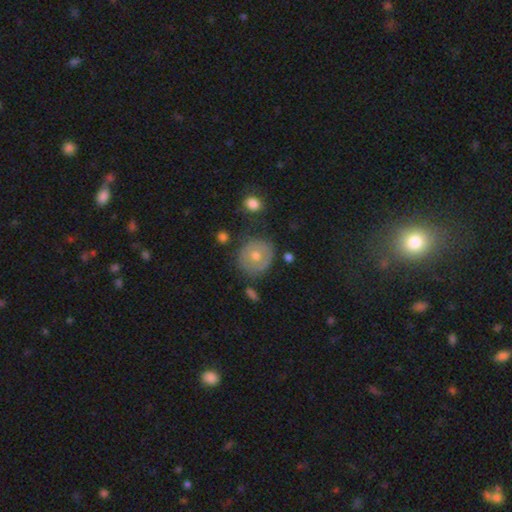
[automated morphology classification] smooth-or-featured: smooth: 52% | featured or disk: 39% | star or artifact: 9%
  how-rounded: round: 85% | in between: 14% | cigar-shaped: 1%
  merging: none: 78% | minor disturbance: 15% | major disturbance: 4% | merger: 3%